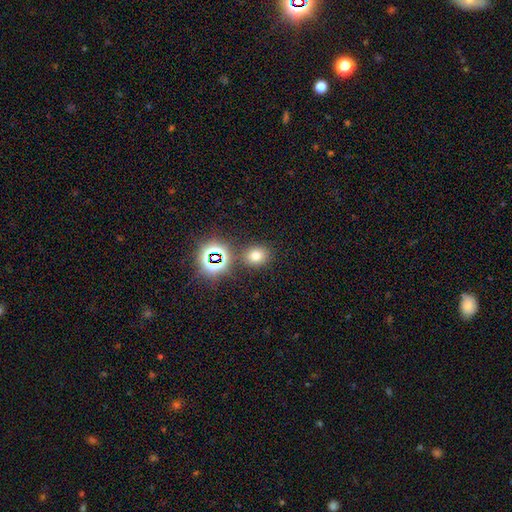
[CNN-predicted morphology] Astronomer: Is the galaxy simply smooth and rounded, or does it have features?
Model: smooth — 67%.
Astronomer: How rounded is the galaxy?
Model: round — 63%.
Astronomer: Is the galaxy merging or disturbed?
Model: none — 80%.